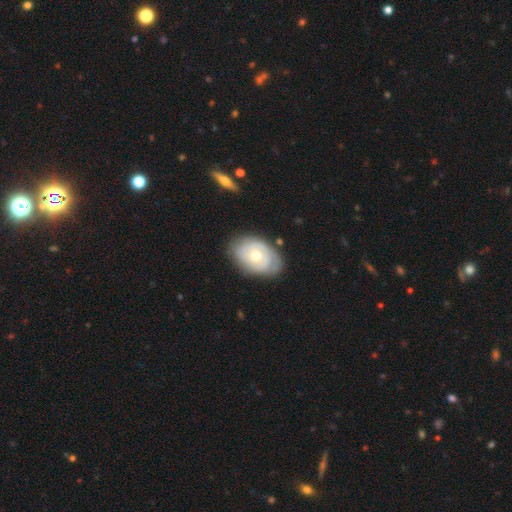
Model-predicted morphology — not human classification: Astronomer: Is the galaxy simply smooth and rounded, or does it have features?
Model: featured or disk — 60% (runner-up: smooth, 35%).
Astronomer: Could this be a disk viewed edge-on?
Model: no — 93%.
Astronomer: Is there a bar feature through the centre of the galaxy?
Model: no — 85%.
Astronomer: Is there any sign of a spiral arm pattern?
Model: yes — 60% (runner-up: no, 40%).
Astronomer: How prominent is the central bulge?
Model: moderate — 66%.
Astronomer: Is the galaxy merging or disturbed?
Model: none — 74%.